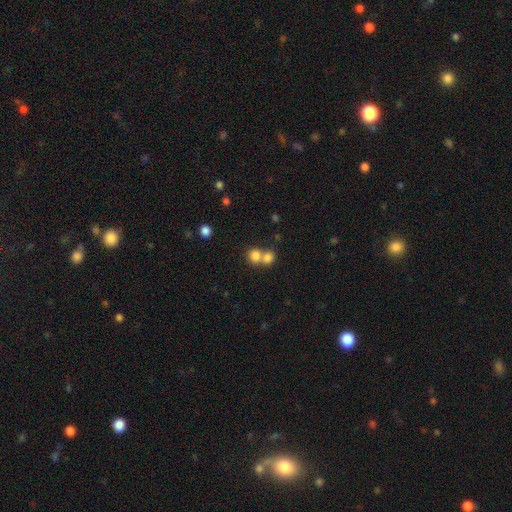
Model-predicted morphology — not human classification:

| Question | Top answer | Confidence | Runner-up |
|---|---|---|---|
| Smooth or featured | smooth | 80% | star or artifact (11%) |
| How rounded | round | 81% | in between (18%) |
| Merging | merger | 54% | none (38%) |